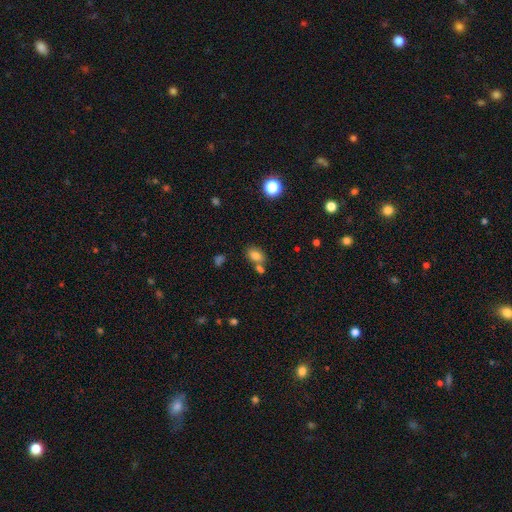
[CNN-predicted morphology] A smooth galaxy with no disk features (79%) that is in between round and cigar-shaped (80%).

Vote fractions:
- Smooth or featured? smooth: 79% / star or artifact: 11% / featured or disk: 10%
- How rounded? in between: 80% / round: 18% / cigar-shaped: 2%
- Merging? none: 57% / merger: 26% / minor disturbance: 13% / major disturbance: 4%